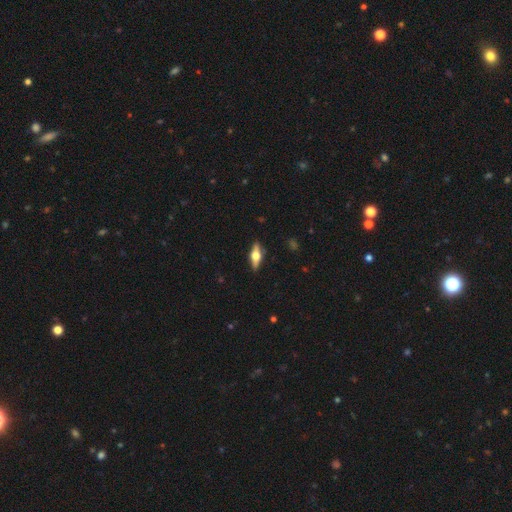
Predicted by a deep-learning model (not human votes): smooth-or-featured: featured or disk: 63% | smooth: 30% | star or artifact: 6%
  disk-edge-on: yes: 94% | no: 6%
    edge-on-bulge: rounded: 95% | boxy: 4% | none: 1%
  merging: none: 88% | minor disturbance: 9% | major disturbance: 2% | merger: 1%